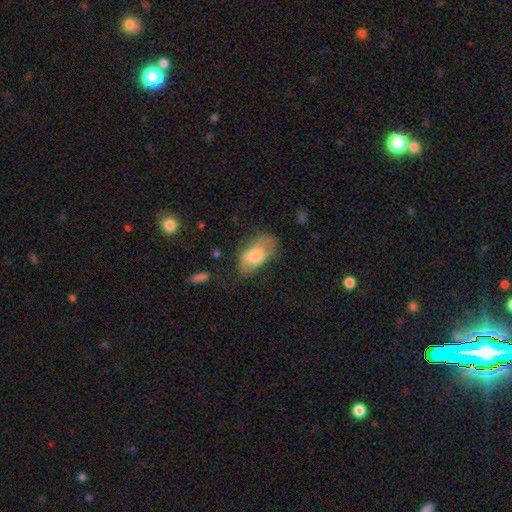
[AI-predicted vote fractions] smooth 68%, featured or disk 25%, star or artifact 7%. Down the decision tree: how rounded — in between (92%); merging — none (43%).